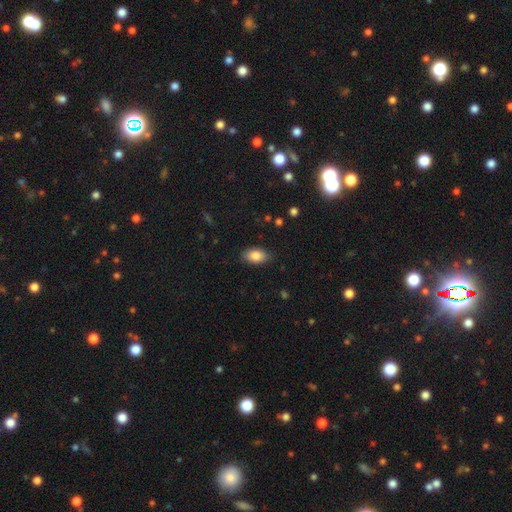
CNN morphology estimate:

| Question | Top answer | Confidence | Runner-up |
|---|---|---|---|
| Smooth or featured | smooth | 84% | featured or disk (8%) |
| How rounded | in between | 91% | round (7%) |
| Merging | none | 85% | minor disturbance (11%) |